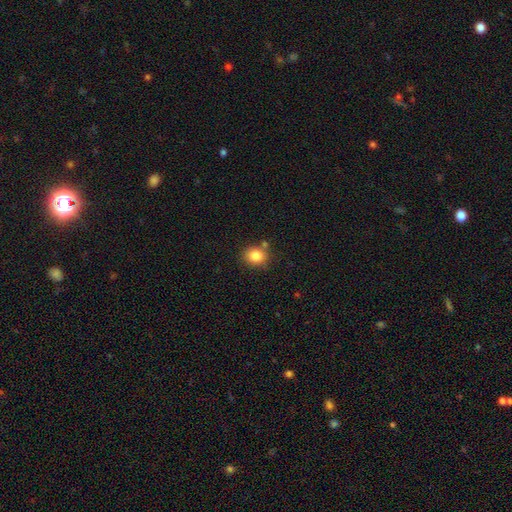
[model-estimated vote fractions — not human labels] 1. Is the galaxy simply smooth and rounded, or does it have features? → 84% smooth, 10% star or artifact, 6% featured or disk.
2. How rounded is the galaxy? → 68% round, 31% in between, 1% cigar-shaped.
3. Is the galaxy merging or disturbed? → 75% none, 13% minor disturbance, 9% merger, 3% major disturbance.